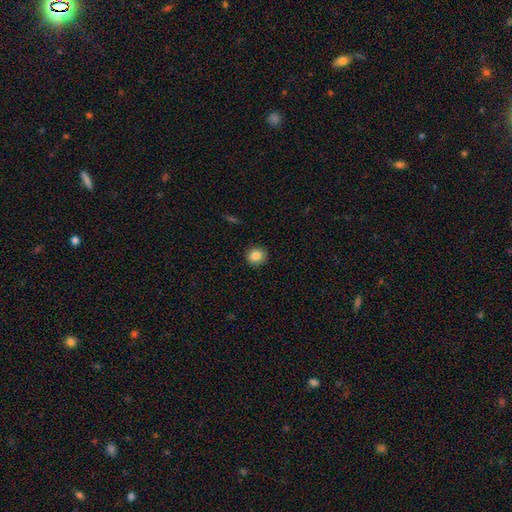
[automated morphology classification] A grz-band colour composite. It shows a smooth galaxy with no disk features (84%) that is round (84%). Merging: none (90%).